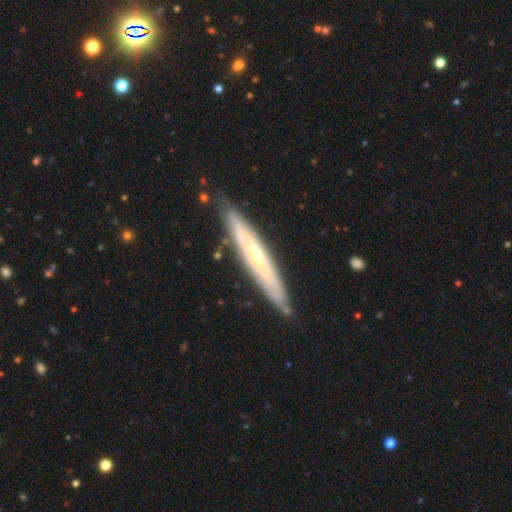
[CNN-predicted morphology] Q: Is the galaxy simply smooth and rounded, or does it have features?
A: featured or disk — 67%.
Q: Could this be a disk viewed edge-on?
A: yes — 73%.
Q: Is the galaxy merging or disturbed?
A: none — 83%.